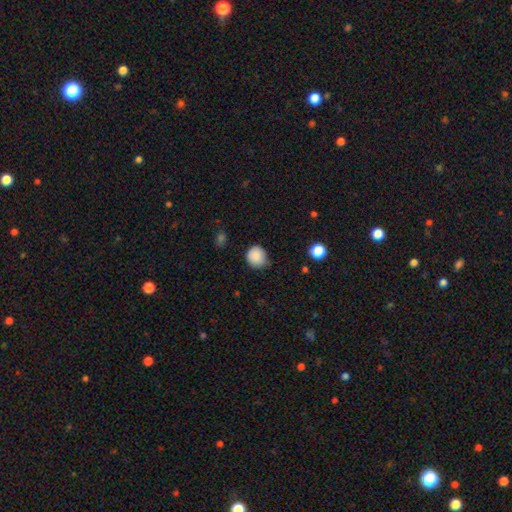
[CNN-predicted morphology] Smooth or featured: smooth — 87% (star or artifact — 9%)
How rounded: round — 86% (in between — 14%)
Merging: none — 72% (minor disturbance — 23%)